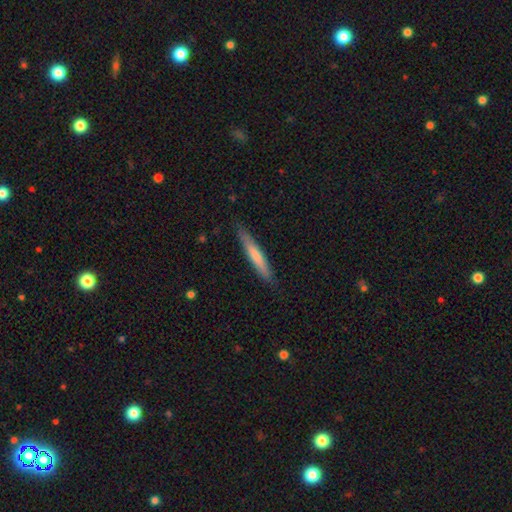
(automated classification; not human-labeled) smooth-or-featured: smooth: 63% | featured or disk: 32% | star or artifact: 5%
  how-rounded: cigar-shaped: 95% | in between: 4% | round: 1%
  merging: none: 87% | minor disturbance: 10% | major disturbance: 2% | merger: 1%